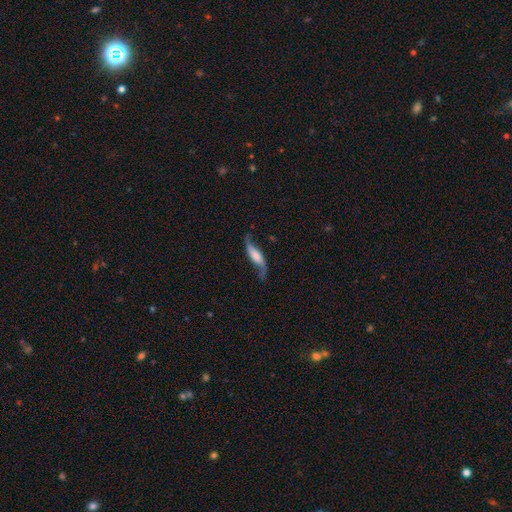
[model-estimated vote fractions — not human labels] A featured or disk galaxy (72%) with no bar (45%), 2 (91%) loose (87%) spiral arms (93%) and no central bulge (26%). Merging: none (65%).